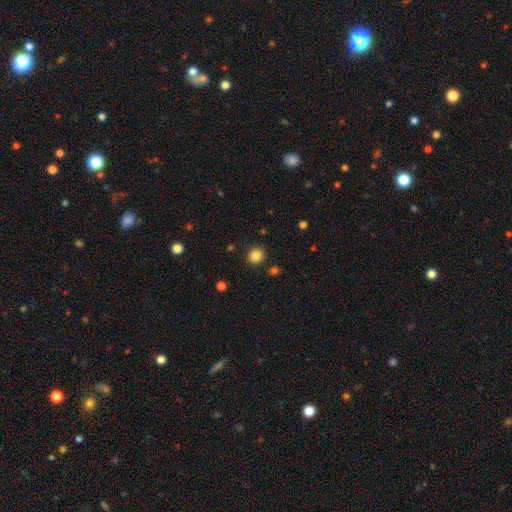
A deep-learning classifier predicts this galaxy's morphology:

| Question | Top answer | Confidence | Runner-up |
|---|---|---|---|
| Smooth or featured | smooth | 84% | star or artifact (12%) |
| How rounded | round | 88% | in between (12%) |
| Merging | none | 89% | minor disturbance (6%) |